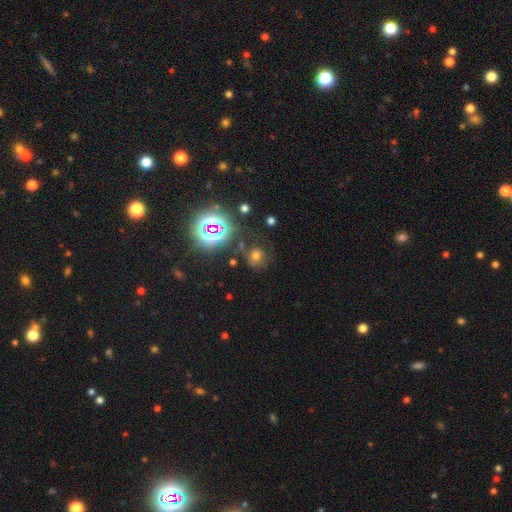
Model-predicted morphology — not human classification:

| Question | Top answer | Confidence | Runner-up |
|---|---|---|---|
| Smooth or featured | smooth | 51% | star or artifact (37%) |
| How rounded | round | 78% | in between (21%) |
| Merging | none | 69% | minor disturbance (16%) |